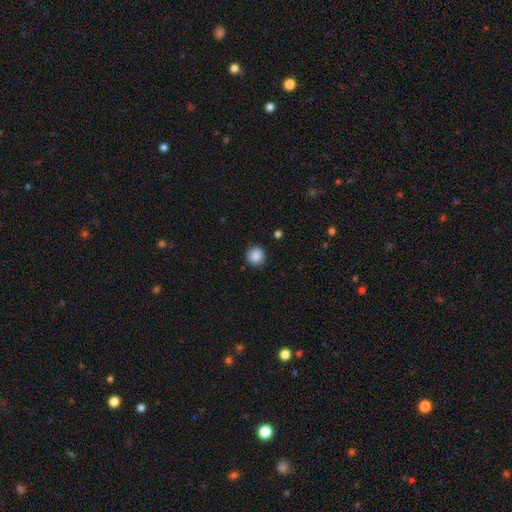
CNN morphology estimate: The model was most divided on "smooth or featured": smooth: 88%, star or artifact: 9%, featured or disk: 3%. More confident: how rounded — round (95%); merging — none (91%).